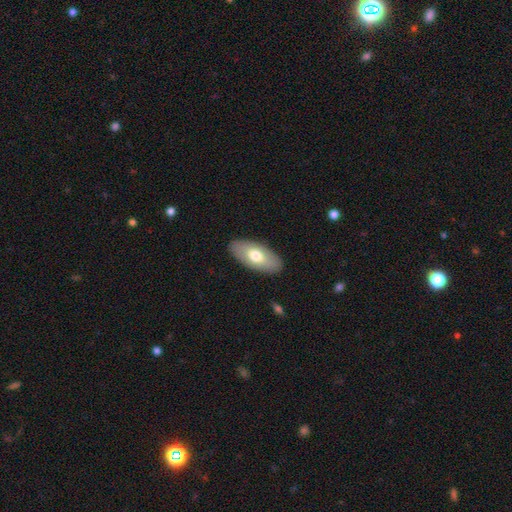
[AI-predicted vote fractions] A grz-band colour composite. It shows a smooth galaxy with no disk features (65%) that is in between round and cigar-shaped (91%). Merging: none (88%).